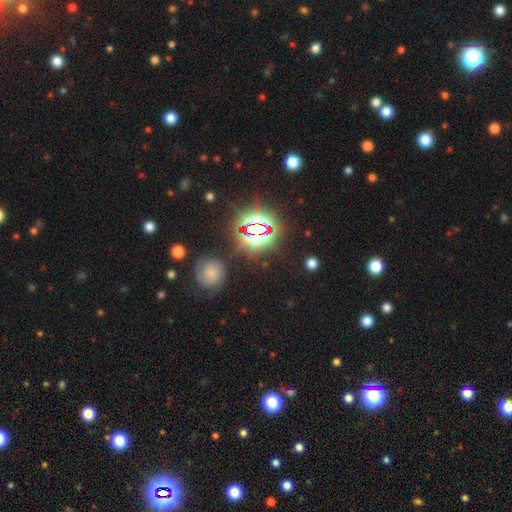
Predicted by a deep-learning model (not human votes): This is likely a star or artifact rather than a galaxy (79%).